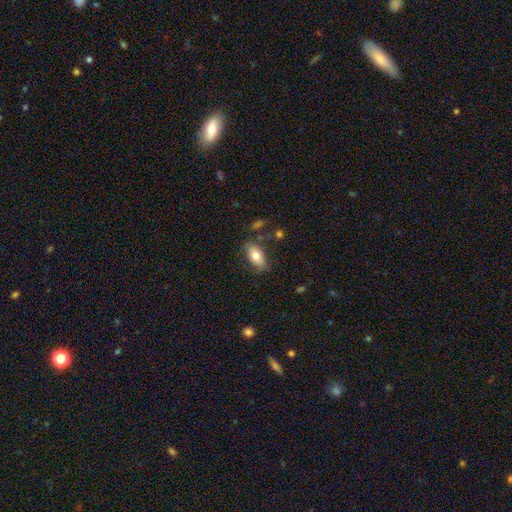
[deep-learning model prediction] Q: Smooth or featured?
A: smooth (75%); runner-up: featured or disk (18%)
Q: How rounded?
A: in between (90%); runner-up: cigar-shaped (6%)
Q: Merging?
A: none (77%); runner-up: minor disturbance (15%)